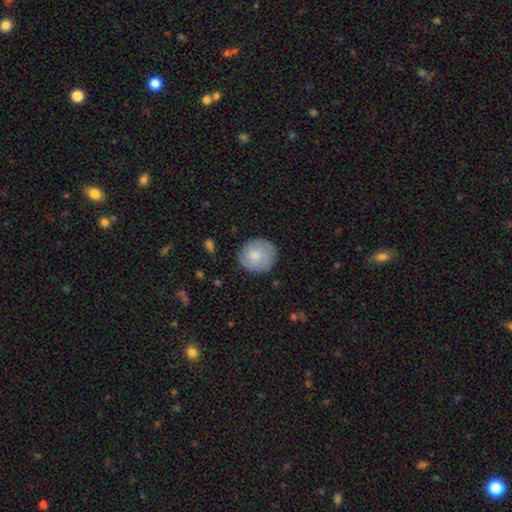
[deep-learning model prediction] A smooth galaxy with no disk features (74%) that is round (85%). Merging: none (80%).